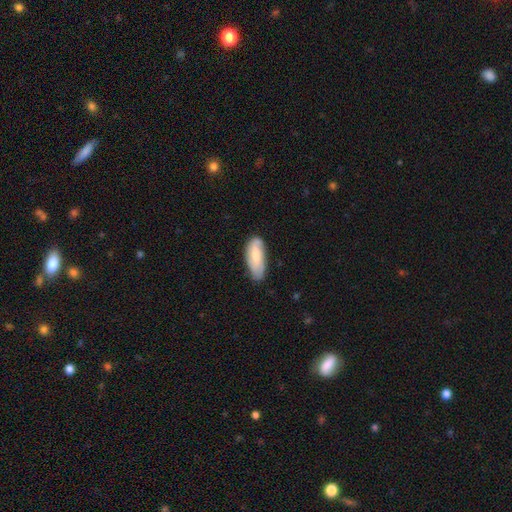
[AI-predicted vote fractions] The model was most divided on "smooth or featured": smooth: 61%, featured or disk: 33%, star or artifact: 6%. More confident: how rounded — in between (79%); merging — none (68%).